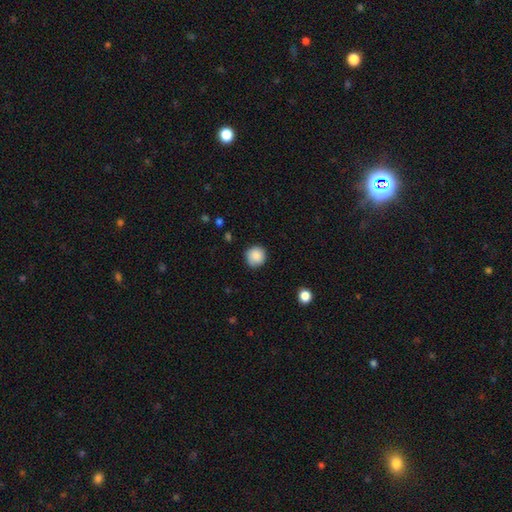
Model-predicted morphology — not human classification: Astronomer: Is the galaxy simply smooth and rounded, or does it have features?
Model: smooth — 88%.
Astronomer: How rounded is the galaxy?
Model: round — 93%.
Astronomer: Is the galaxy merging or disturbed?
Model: none — 87%.